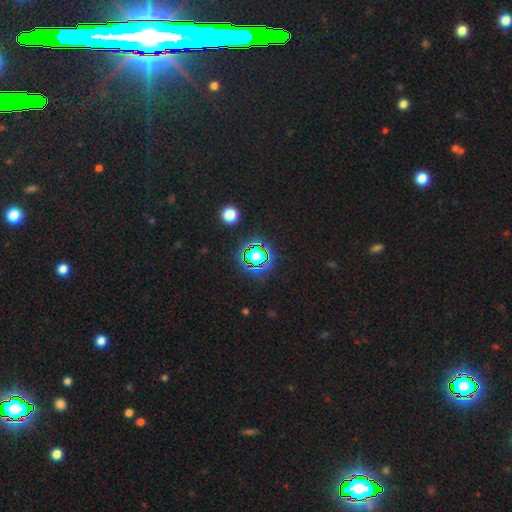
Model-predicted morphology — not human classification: Smooth or featured? star or artifact (64%)